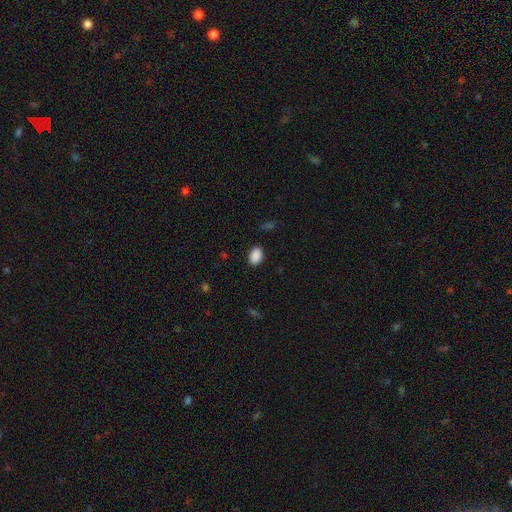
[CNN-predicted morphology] smooth-or-featured: smooth: 89% | star or artifact: 8% | featured or disk: 3%
  how-rounded: in between: 82% | round: 16% | cigar-shaped: 1%
  merging: none: 87% | minor disturbance: 9% | major disturbance: 2% | merger: 1%